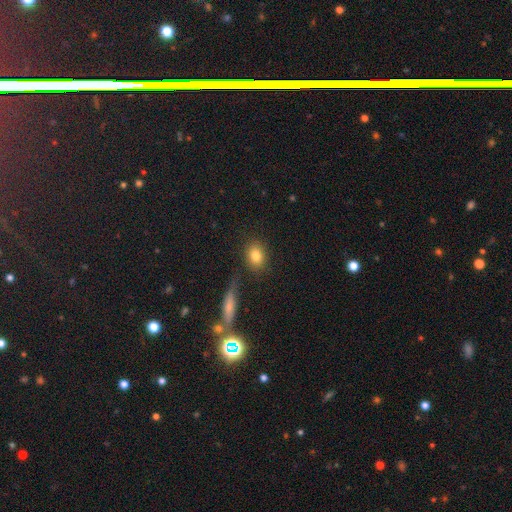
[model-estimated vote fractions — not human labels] Smooth or featured?
  - smooth: 81% *
  - star or artifact: 9%
  - featured or disk: 9%
How rounded?
  - in between: 55% *
  - round: 42%
  - cigar-shaped: 3%
Merging?
  - none: 81% *
  - minor disturbance: 10%
  - merger: 6%
  - major disturbance: 3%